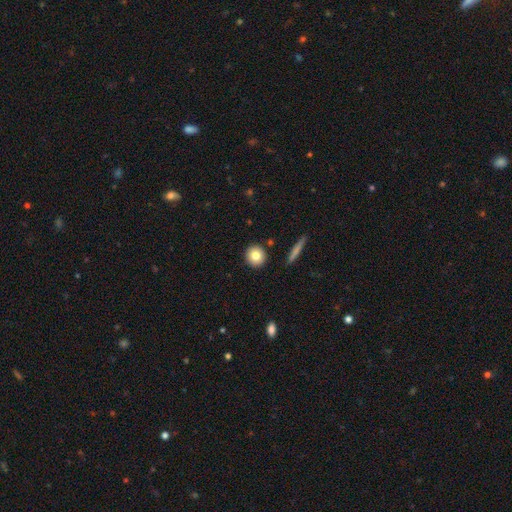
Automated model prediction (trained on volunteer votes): This appears to be a smooth galaxy with no disk features (81%) that is round (91%). Merging: none (90%).